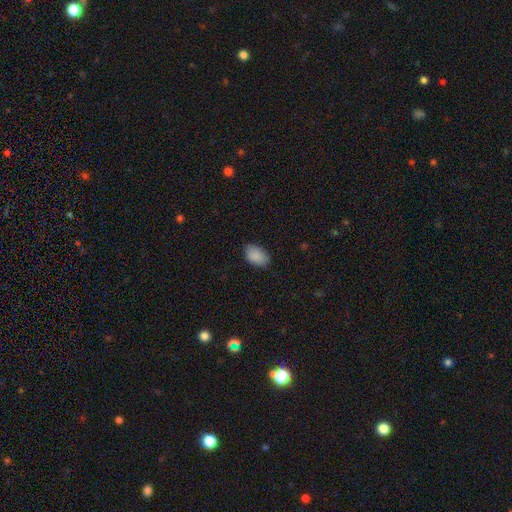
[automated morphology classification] smooth_or_featured: smooth (p=0.89) [alt: star or artifact p=0.07]
how_rounded: in between (p=0.89) [alt: round p=0.10]
merging: none (p=0.82) [alt: minor disturbance p=0.15]